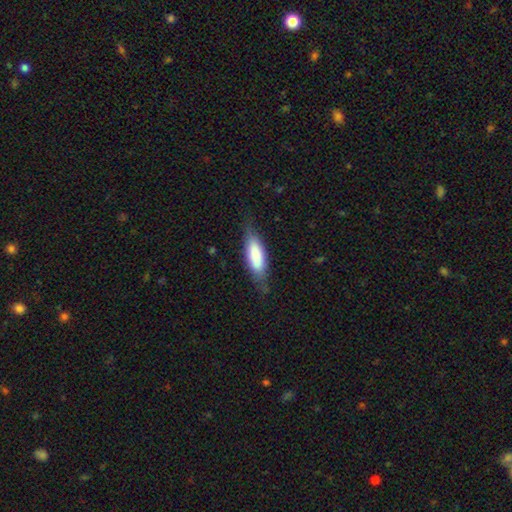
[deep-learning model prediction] smooth_or_featured: smooth (p=0.76) [alt: featured or disk p=0.19]
how_rounded: in between (p=0.61) [alt: cigar-shaped p=0.37]
merging: none (p=0.70) [alt: minor disturbance p=0.23]